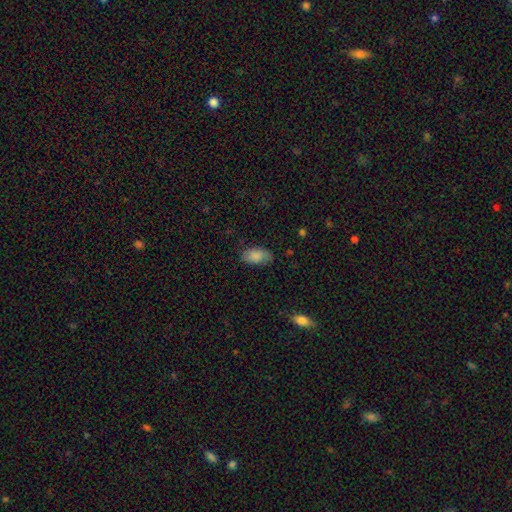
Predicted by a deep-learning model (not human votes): Smooth or featured? Predicted: smooth (p=0.85). How rounded? Predicted: in between (p=0.94). Merging? Predicted: none (p=0.76).